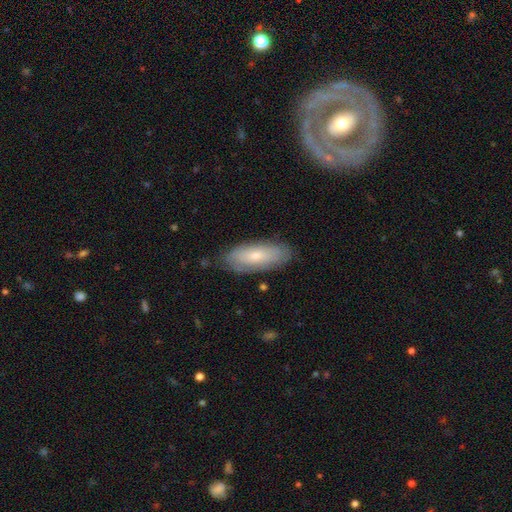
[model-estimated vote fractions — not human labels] This appears to be a smooth galaxy with no disk features (62%) that is in between round and cigar-shaped (79%). Merging: none (77%).